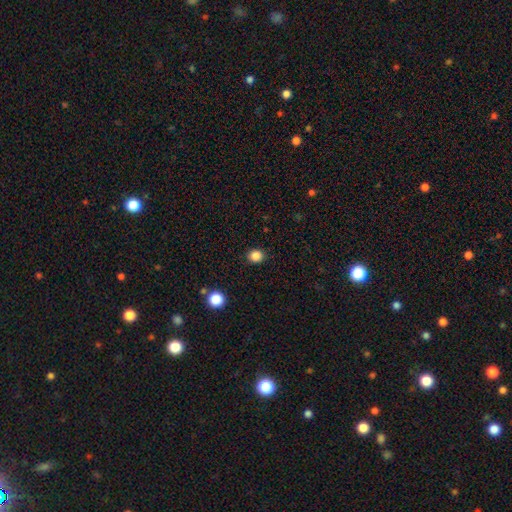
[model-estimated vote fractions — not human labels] Smooth or featured? Predicted: smooth (p=0.85). How rounded? Predicted: round (p=0.79). Merging? Predicted: none (p=0.90).